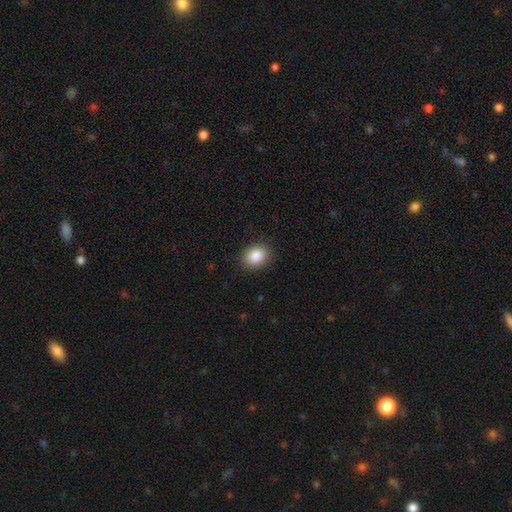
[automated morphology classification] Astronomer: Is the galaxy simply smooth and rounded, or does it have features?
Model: smooth — 87%.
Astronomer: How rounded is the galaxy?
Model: round — 53% (runner-up: in between, 46%).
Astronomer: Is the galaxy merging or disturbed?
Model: none — 88%.